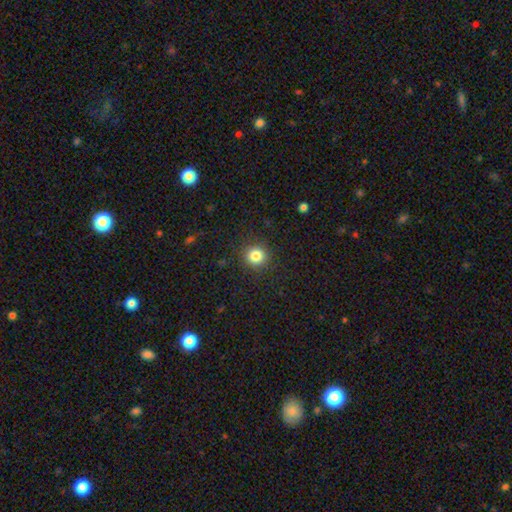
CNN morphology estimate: Smooth or featured: smooth — 83% (star or artifact — 12%)
How rounded: round — 92% (in between — 7%)
Merging: none — 91% (minor disturbance — 6%)